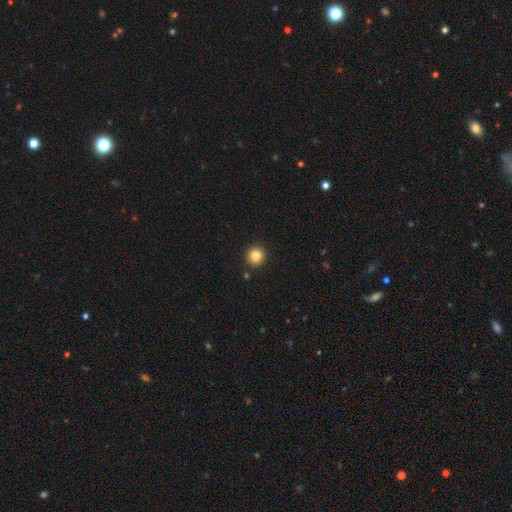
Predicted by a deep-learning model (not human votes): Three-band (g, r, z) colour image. It shows a smooth galaxy with no disk features (84%) that is round (94%). Merging: none (91%).